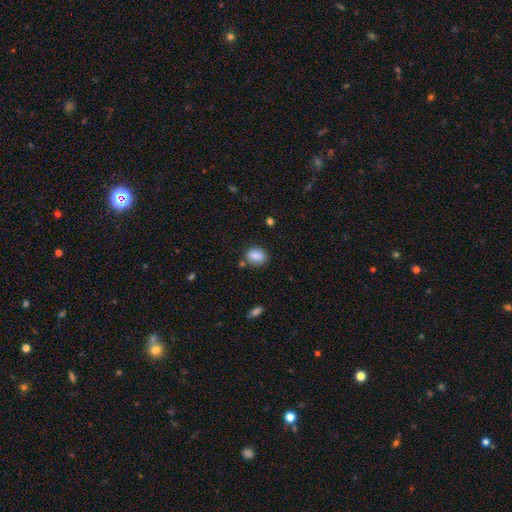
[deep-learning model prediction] Smooth or featured? Predicted: smooth (p=0.86). How rounded? Predicted: in between (p=0.65). Merging? Predicted: none (p=0.76).